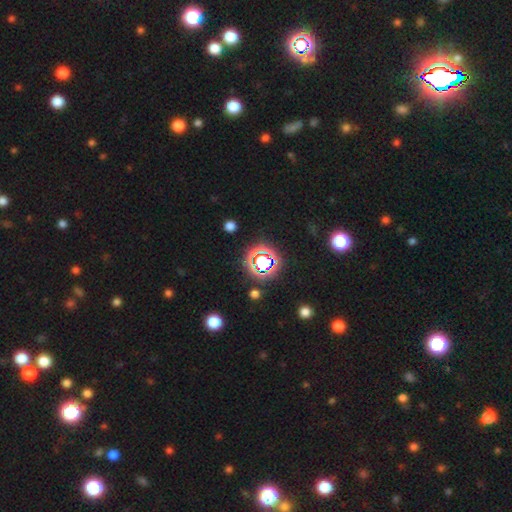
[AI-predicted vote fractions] The model was most divided on "smooth or featured": star or artifact: 65%, smooth: 24%, featured or disk: 11%.